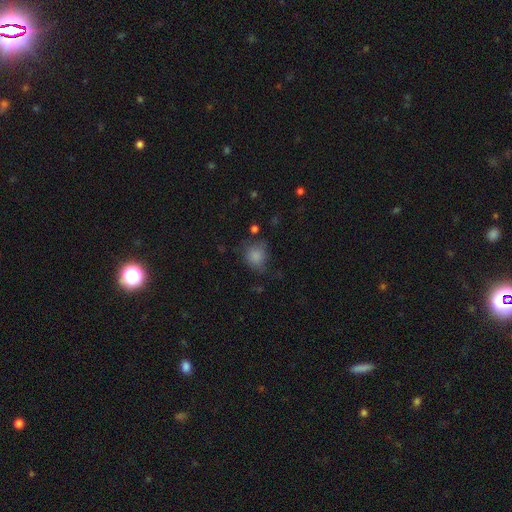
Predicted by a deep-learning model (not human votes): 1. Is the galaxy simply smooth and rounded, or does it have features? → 82% smooth, 11% star or artifact, 7% featured or disk.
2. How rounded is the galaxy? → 71% round, 28% in between, 1% cigar-shaped.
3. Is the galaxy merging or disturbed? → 58% none, 27% minor disturbance, 11% major disturbance, 4% merger.